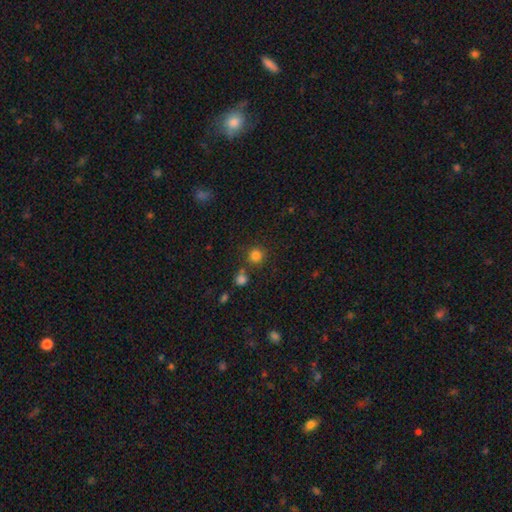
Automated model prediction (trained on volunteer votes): Smooth or featured? smooth (81%)
How rounded? round (93%)
Merging? none (79%)